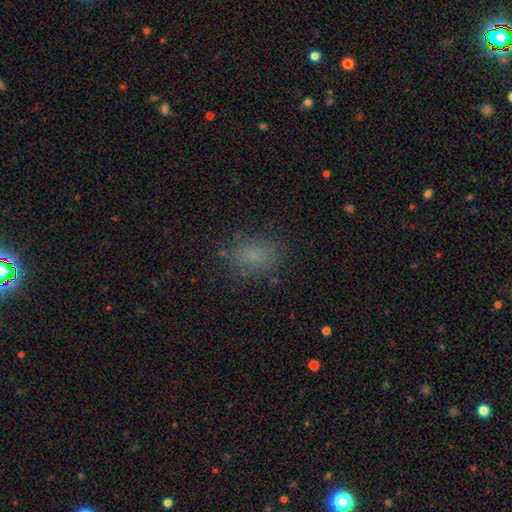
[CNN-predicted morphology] Smooth or featured? smooth (78%)
How rounded? in between (76%)
Merging? none (78%)